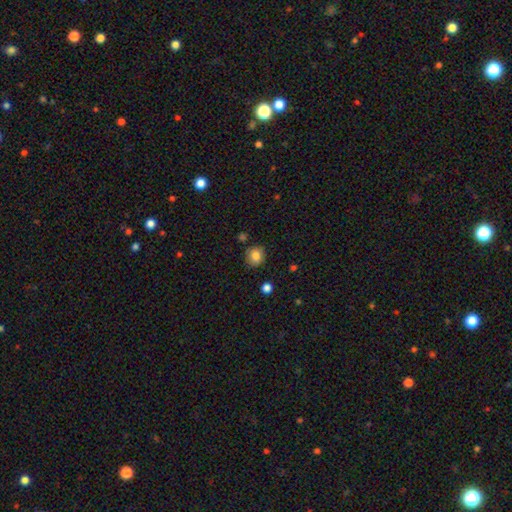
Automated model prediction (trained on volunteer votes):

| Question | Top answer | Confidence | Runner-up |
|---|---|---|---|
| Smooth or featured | smooth | 83% | star or artifact (10%) |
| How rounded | round | 81% | in between (19%) |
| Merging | none | 84% | minor disturbance (11%) |